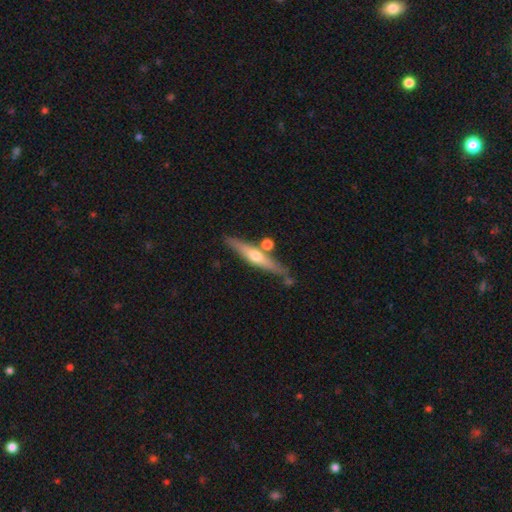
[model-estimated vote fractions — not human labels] Smooth or featured? featured or disk (63%)
Edge-on disk? yes (95%)
Edge-on bulge? rounded (90%)
Merging? none (77%)